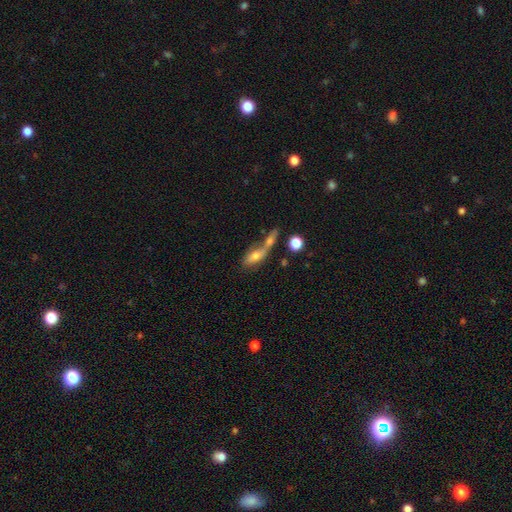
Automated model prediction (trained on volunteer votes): This is possibly a smooth galaxy (59%). How rounded: likely in between (70%). Merging: possibly merger (50%).